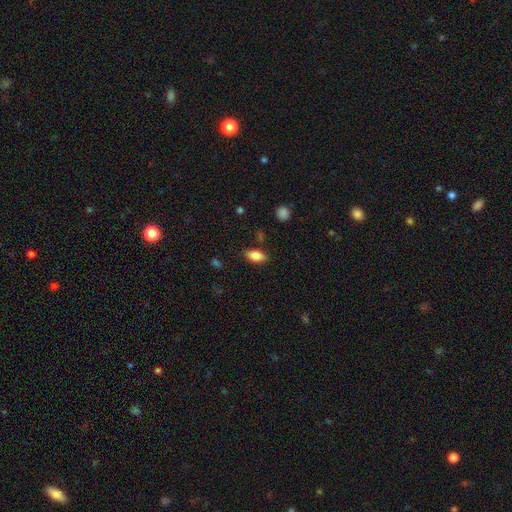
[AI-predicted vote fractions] Smooth or featured? Predicted: smooth (p=0.83). How rounded? Predicted: in between (p=0.88). Merging? Predicted: none (p=0.83).